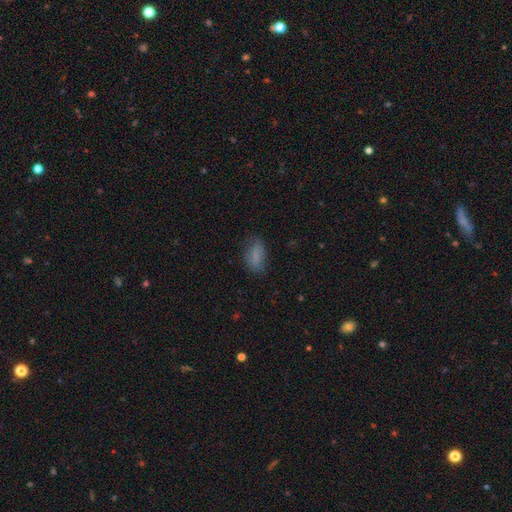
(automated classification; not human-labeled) Smooth or featured? Predicted: smooth (p=0.79). How rounded? Predicted: in between (p=0.89). Merging? Predicted: none (p=0.67).